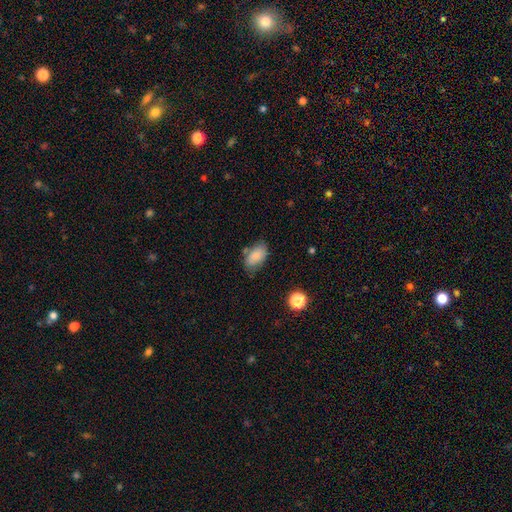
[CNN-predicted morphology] Q: Smooth or featured?
A: smooth (84%); runner-up: featured or disk (8%)
Q: How rounded?
A: in between (92%); runner-up: round (6%)
Q: Merging?
A: none (63%); runner-up: minor disturbance (25%)